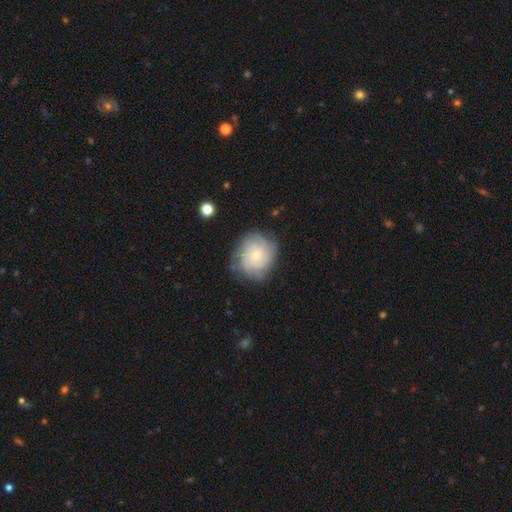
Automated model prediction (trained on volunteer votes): A featured or disk galaxy (70%) with no bar (80%), tight (70%) spiral arms (90%) and a small central bulge (61%).

Vote fractions:
- Smooth or featured? featured or disk: 70% / smooth: 23% / star or artifact: 7%
- Edge-on disk? no: 98% / yes: 2%
- Bar? no: 80% / weak: 18% / strong: 2%
- Spiral arms? yes: 90% / no: 10%
- Spiral winding? tight: 70% / medium: 23% / loose: 7%
- Spiral arm count? can't tell: 42% / 3: 19% / 2: 16% / 4: 12% / more than 4: 5% / 1: 5%
- Bulge size? small: 61% / moderate: 35% / large: 2% / none: 2% / dominant: 1%
- Merging? none: 74% / minor disturbance: 18% / major disturbance: 6% / merger: 1%